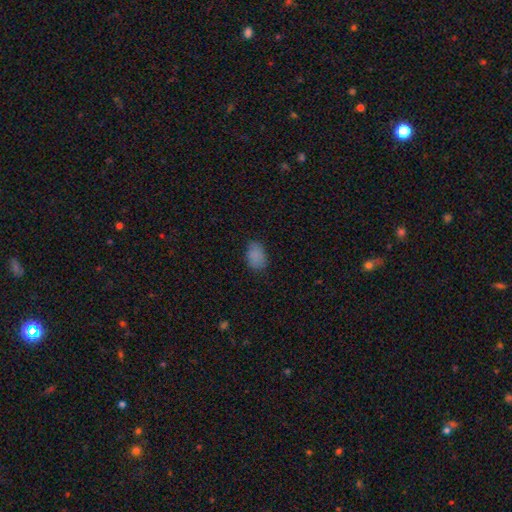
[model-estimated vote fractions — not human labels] This is clearly a smooth galaxy (85%). How rounded: clearly in between (84%). Merging: likely none (73%).